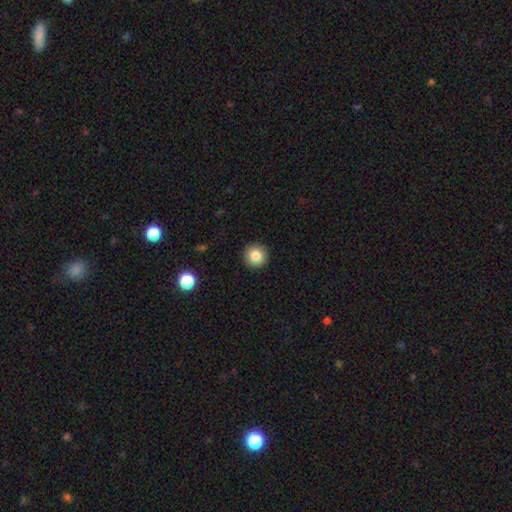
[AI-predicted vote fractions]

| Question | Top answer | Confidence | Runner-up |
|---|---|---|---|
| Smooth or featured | smooth | 84% | star or artifact (10%) |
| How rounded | round | 94% | in between (5%) |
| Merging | none | 92% | minor disturbance (6%) |